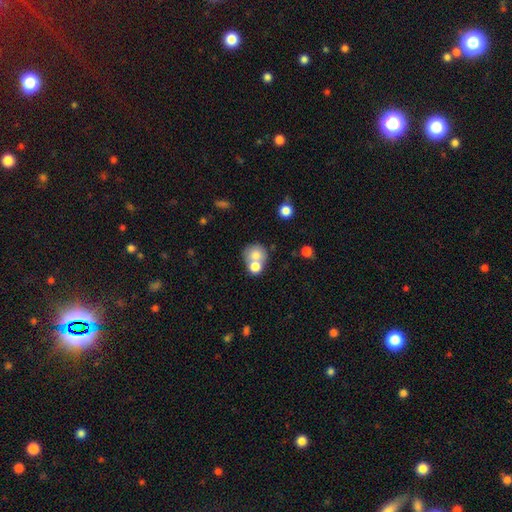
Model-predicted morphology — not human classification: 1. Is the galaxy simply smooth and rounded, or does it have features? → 74% smooth, 16% featured or disk, 10% star or artifact.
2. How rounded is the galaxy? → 77% round, 22% in between, 1% cigar-shaped.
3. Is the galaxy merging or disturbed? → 50% merger, 37% none, 9% minor disturbance, 4% major disturbance.